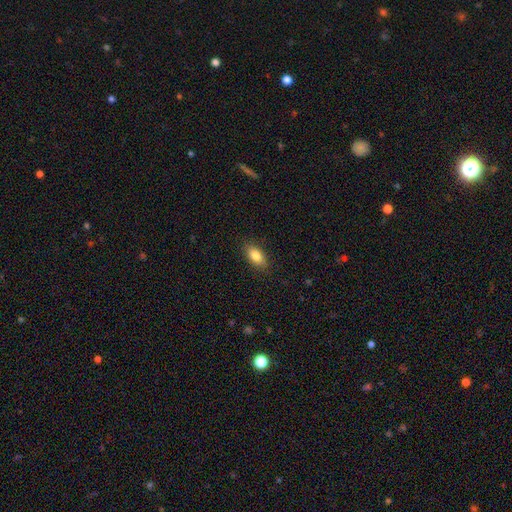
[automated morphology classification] Q: Smooth or featured?
A: smooth (85%); runner-up: featured or disk (8%)
Q: How rounded?
A: in between (90%); runner-up: round (5%)
Q: Merging?
A: none (87%); runner-up: minor disturbance (9%)